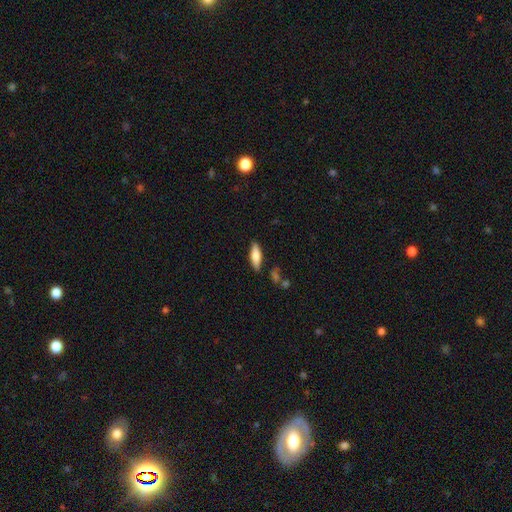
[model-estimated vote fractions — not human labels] smooth 72%, featured or disk 21%, star or artifact 6%. Down the decision tree: how rounded — in between (50%); merging — none (84%).